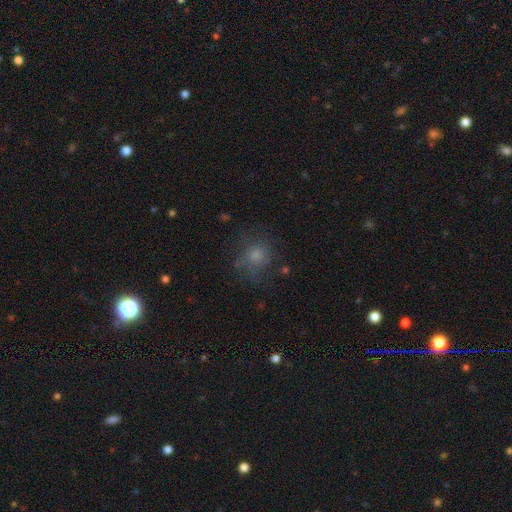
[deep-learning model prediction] smooth_or_featured: smooth (p=0.65) [alt: featured or disk p=0.19]
how_rounded: round (p=0.75) [alt: in between p=0.24]
merging: none (p=0.60) [alt: minor disturbance p=0.20]